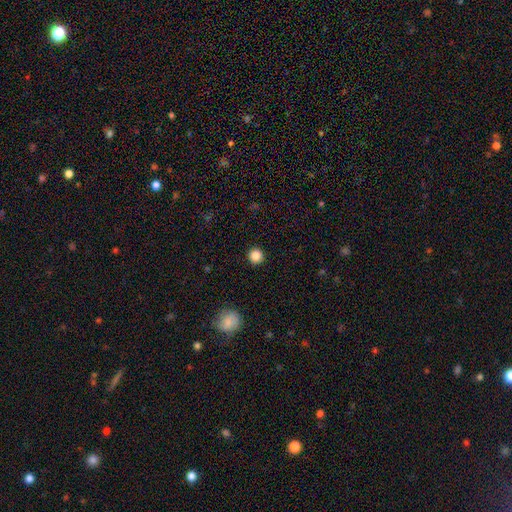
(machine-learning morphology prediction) smooth_or_featured: smooth (p=0.86) [alt: star or artifact p=0.10]
how_rounded: round (p=0.95) [alt: in between p=0.04]
merging: none (p=0.93) [alt: minor disturbance p=0.04]